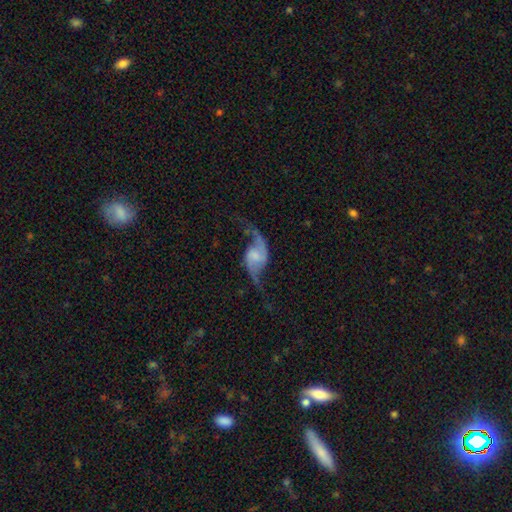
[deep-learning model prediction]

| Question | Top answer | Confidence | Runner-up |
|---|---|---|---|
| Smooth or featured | featured or disk | 89% | smooth (6%) |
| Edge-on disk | no | 97% | yes (3%) |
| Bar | no | 45% | weak (41%) |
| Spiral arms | yes | 97% | no (3%) |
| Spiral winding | loose | 89% | medium (9%) |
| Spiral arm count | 2 | 94% | 1 (1%) |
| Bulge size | none | 33% | small (30%) |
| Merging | none | 72% | minor disturbance (14%) |